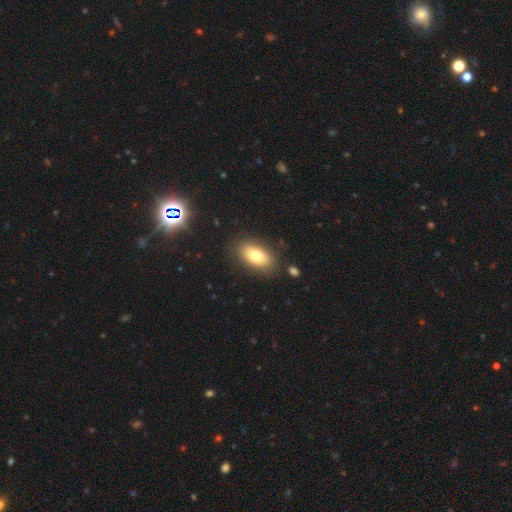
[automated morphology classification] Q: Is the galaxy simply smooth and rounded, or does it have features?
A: smooth — 75%.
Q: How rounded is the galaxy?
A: in between — 90%.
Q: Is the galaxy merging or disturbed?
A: none — 85%.